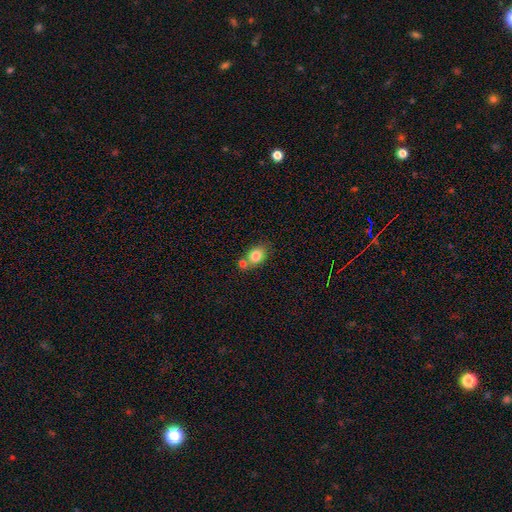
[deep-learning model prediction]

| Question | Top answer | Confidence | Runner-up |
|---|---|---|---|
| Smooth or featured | smooth | 82% | star or artifact (9%) |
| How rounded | in between | 59% | round (40%) |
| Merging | none | 49% | merger (35%) |